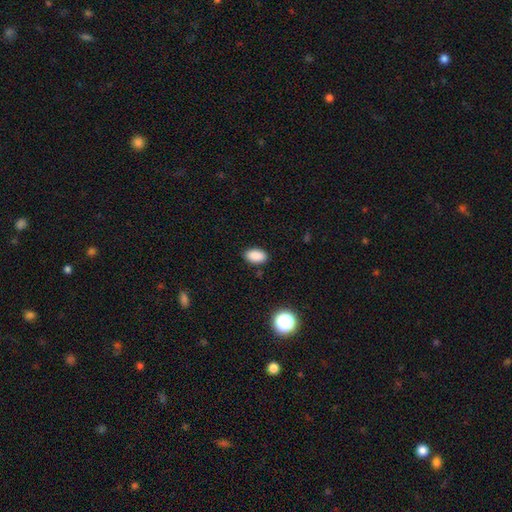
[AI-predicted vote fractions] Overall: smooth (88%). How rounded: in between (91%). Merging: none (88%).